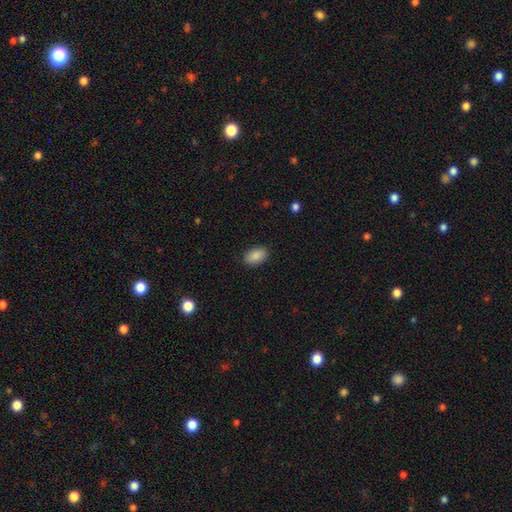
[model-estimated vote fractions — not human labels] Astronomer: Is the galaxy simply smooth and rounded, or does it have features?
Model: smooth — 89%.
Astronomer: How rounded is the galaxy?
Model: in between — 91%.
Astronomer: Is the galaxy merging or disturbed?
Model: none — 88%.